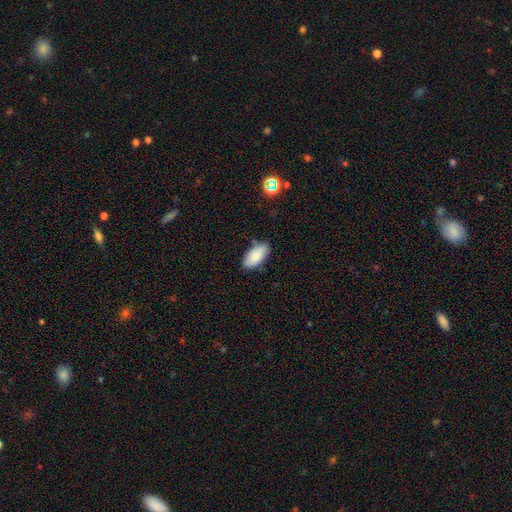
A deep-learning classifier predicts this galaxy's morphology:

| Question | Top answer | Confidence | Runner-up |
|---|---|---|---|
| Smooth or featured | smooth | 87% | star or artifact (7%) |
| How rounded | in between | 93% | cigar-shaped (5%) |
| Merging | none | 82% | minor disturbance (14%) |